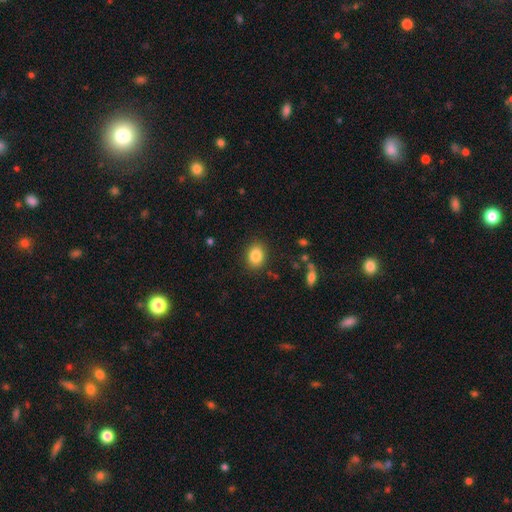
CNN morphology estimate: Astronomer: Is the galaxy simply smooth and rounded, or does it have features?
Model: smooth — 85%.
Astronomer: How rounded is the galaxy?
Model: in between — 60% (runner-up: round, 39%).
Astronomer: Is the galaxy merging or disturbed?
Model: none — 87%.